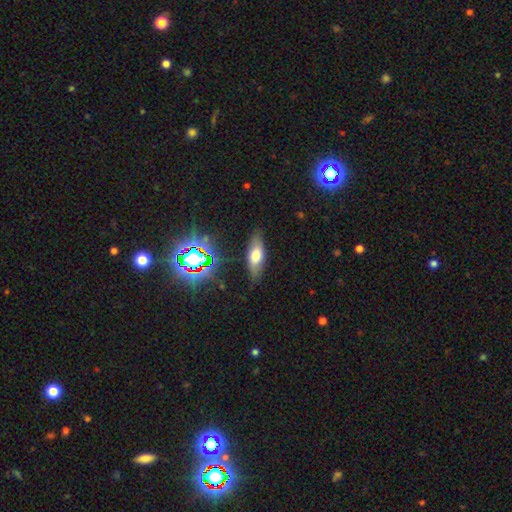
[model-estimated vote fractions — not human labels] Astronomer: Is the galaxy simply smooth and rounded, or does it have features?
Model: smooth — 62%.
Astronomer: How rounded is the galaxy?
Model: in between — 72%.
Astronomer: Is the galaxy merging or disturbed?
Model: none — 81%.